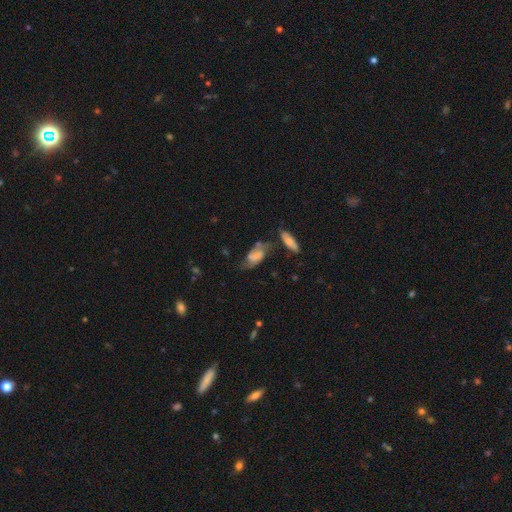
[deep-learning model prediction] A smooth galaxy with no disk features (48%). Merging: none (42%).